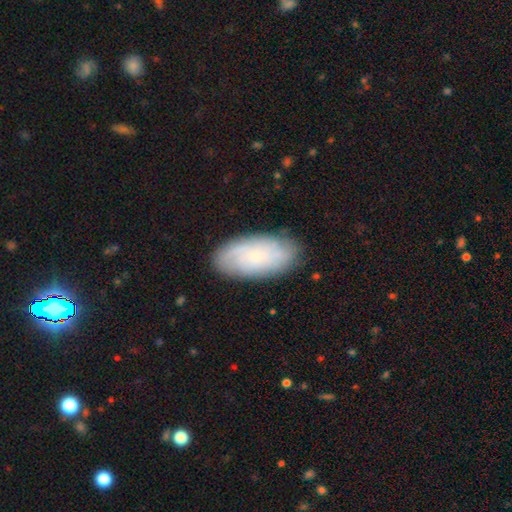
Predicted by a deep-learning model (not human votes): Morphology: type=smooth (49%); merging=none (83%).